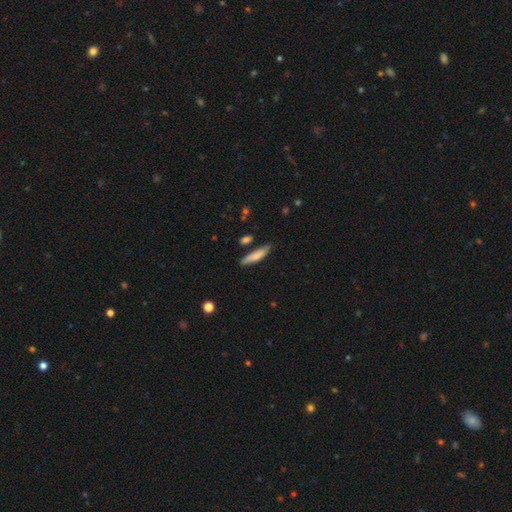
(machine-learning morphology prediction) Overall: smooth (78%). How rounded: cigar-shaped (77%). Merging: none (74%).